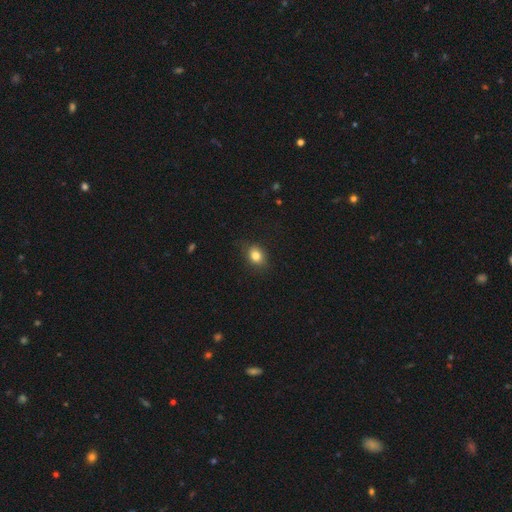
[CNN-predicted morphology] smooth_or_featured: smooth (p=0.83) [alt: star or artifact p=0.10]
how_rounded: in between (p=0.60) [alt: round p=0.39]
merging: none (p=0.81) [alt: minor disturbance p=0.15]